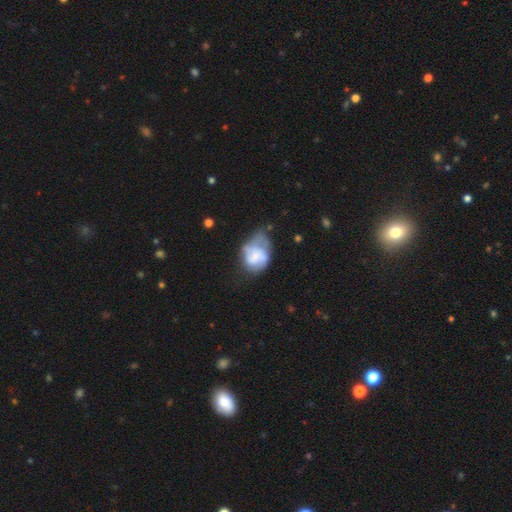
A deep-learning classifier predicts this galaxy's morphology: This appears to be a smooth galaxy with no disk features (47%). Merging: minor disturbance (33%, tied with major disturbance).